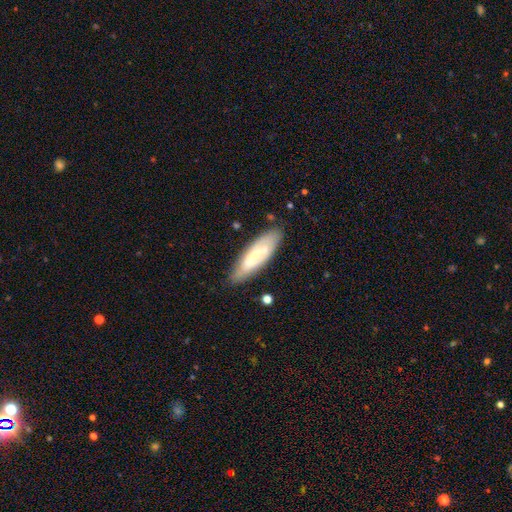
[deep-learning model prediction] smooth-or-featured: smooth: 49% | featured or disk: 45% | star or artifact: 6%
  merging: none: 79% | minor disturbance: 15% | major disturbance: 3% | merger: 3%